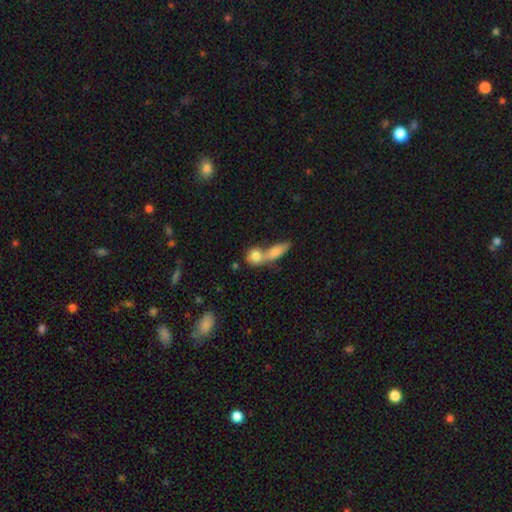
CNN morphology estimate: Smooth or featured? Predicted: smooth (p=0.80). How rounded? Predicted: round (p=0.55). Merging? Predicted: merger (p=0.61).